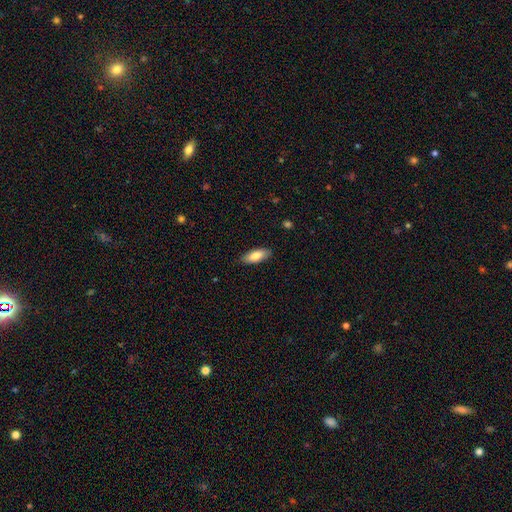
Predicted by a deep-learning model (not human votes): This appears to be a smooth galaxy with no disk features (80%) that is in between round and cigar-shaped (80%). Merging: none (86%).